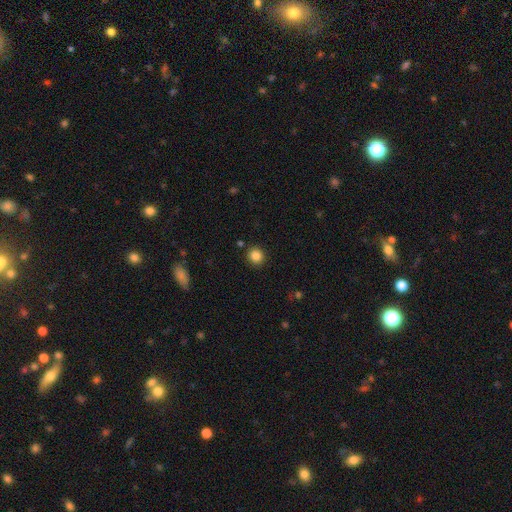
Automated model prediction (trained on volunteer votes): smooth-or-featured: smooth: 85% | star or artifact: 11% | featured or disk: 4%
  how-rounded: round: 88% | in between: 11% | cigar-shaped: 1%
  merging: none: 89% | minor disturbance: 7% | merger: 2% | major disturbance: 2%